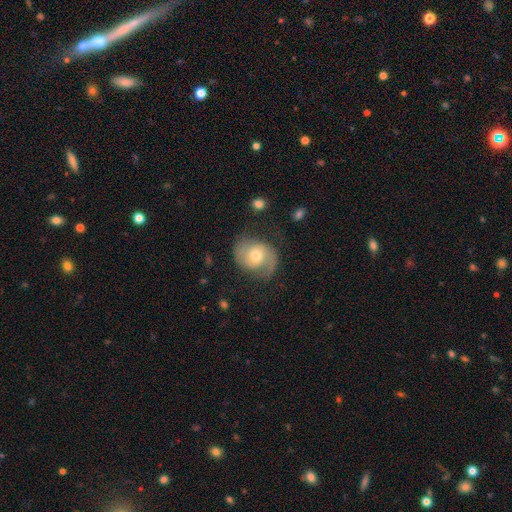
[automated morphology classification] Smooth or featured? featured or disk (72%)
Edge-on disk? no (97%)
Bar? no (65%)
Spiral arms? yes (91%)
Spiral winding? medium (47%)
Spiral arm count? 2 (79%)
Bulge size? moderate (62%)
Merging? none (69%)